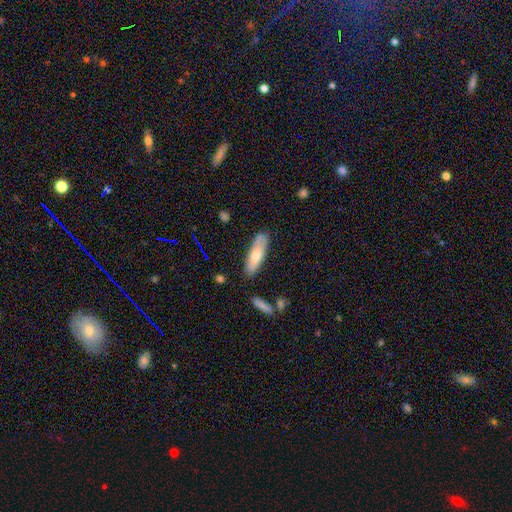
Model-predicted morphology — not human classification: smooth-or-featured: smooth: 64% | featured or disk: 29% | star or artifact: 6%
  how-rounded: cigar-shaped: 56% | in between: 42% | round: 2%
  merging: none: 77% | minor disturbance: 17% | merger: 3% | major disturbance: 3%